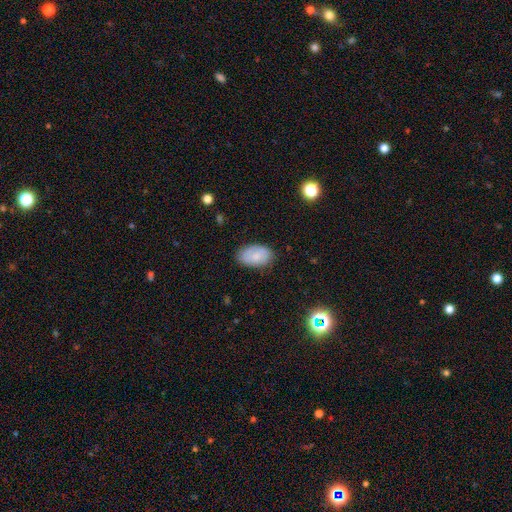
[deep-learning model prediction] A smooth galaxy with no disk features (73%) that is in between round and cigar-shaped (93%).

Vote fractions:
- Smooth or featured? smooth: 73% / featured or disk: 19% / star or artifact: 7%
- How rounded? in between: 93% / round: 6% / cigar-shaped: 1%
- Merging? none: 78% / minor disturbance: 17% / major disturbance: 4% / merger: 1%